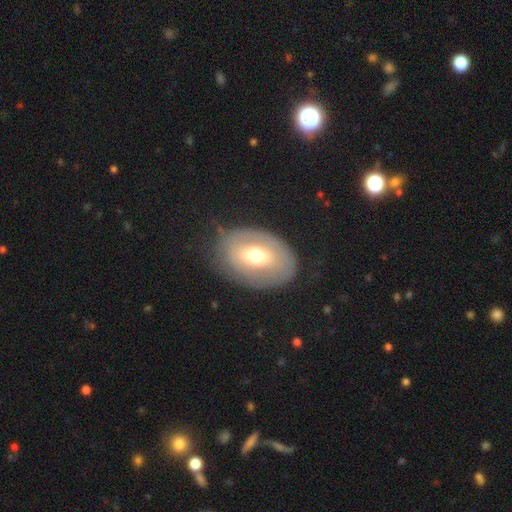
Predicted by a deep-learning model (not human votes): smooth-or-featured: smooth: 47% | featured or disk: 46% | star or artifact: 7%
  merging: none: 70% | minor disturbance: 19% | major disturbance: 10% | merger: 2%